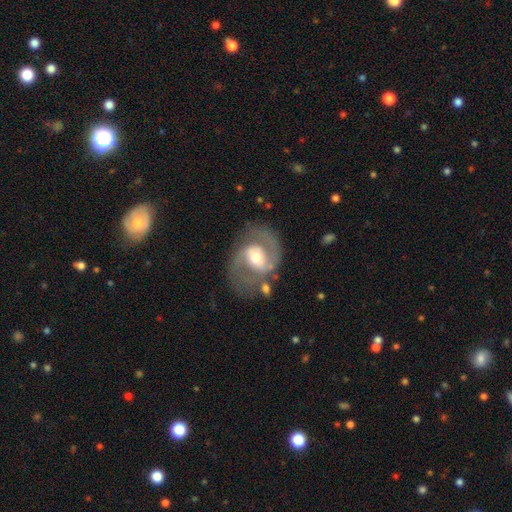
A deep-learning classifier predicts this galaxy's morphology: Overall: featured or disk (85%). Edge-on disk: no (97%). Bar: weak (47%; no 29%). Spiral arms: yes (92%). Spiral arm count: 2 (88%). Spiral winding: medium (57%; tight 24%). Bulge size: moderate (68%). Merging: none (69%).